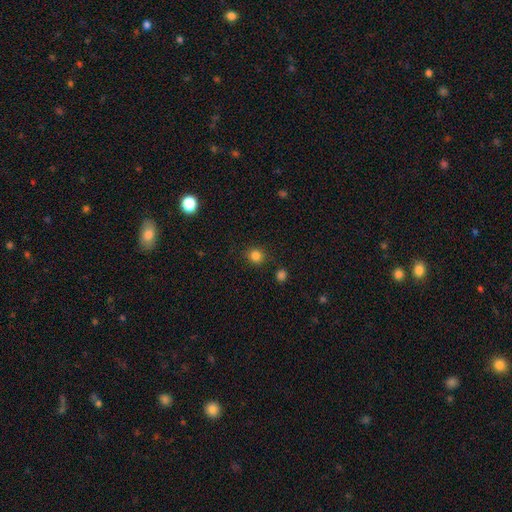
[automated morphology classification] This is clearly a smooth galaxy (83%). How rounded: clearly round (87%). Merging: clearly none (86%).